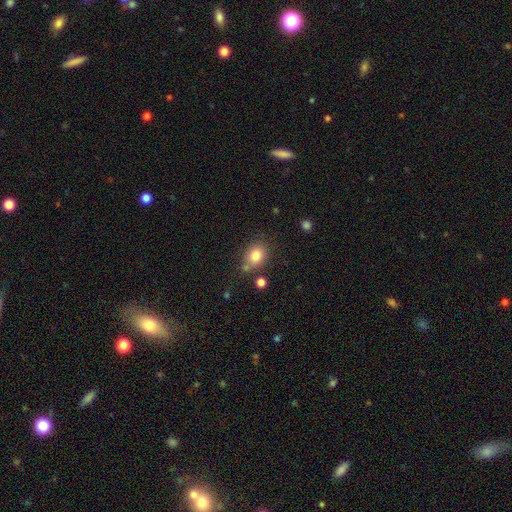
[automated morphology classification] A smooth galaxy with no disk features (81%) that is in between round and cigar-shaped (51%). Merging: none (67%).